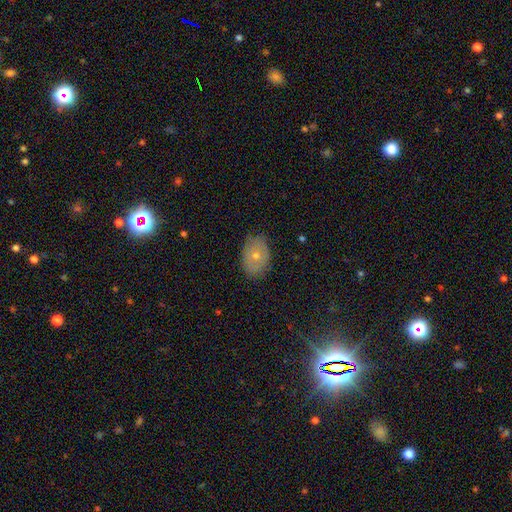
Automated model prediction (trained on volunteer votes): This appears to be a smooth galaxy with no disk features (52%) that is in between round and cigar-shaped (80%). Merging: none (81%).